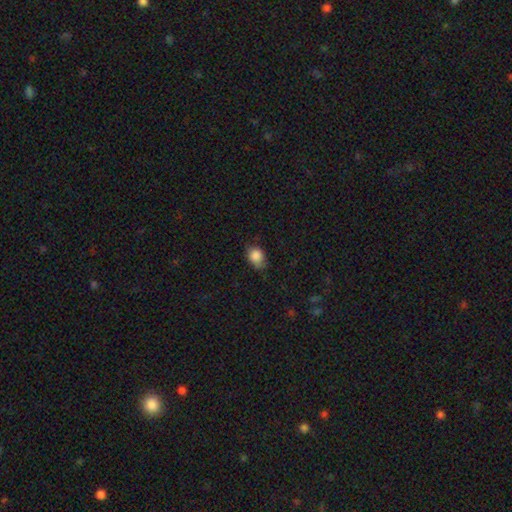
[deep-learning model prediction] A smooth galaxy with no disk features (85%) that is in between round and cigar-shaped (58%).

Vote fractions:
- Smooth or featured? smooth: 85% / star or artifact: 9% / featured or disk: 6%
- How rounded? in between: 58% / round: 41% / cigar-shaped: 1%
- Merging? none: 58% / minor disturbance: 34% / major disturbance: 7% / merger: 2%